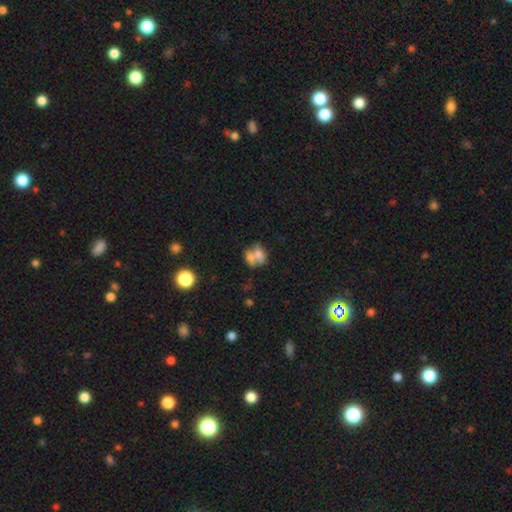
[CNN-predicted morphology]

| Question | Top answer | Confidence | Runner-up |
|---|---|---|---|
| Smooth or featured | smooth | 65% | featured or disk (24%) |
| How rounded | in between | 57% | round (42%) |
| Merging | merger | 62% | none (23%) |